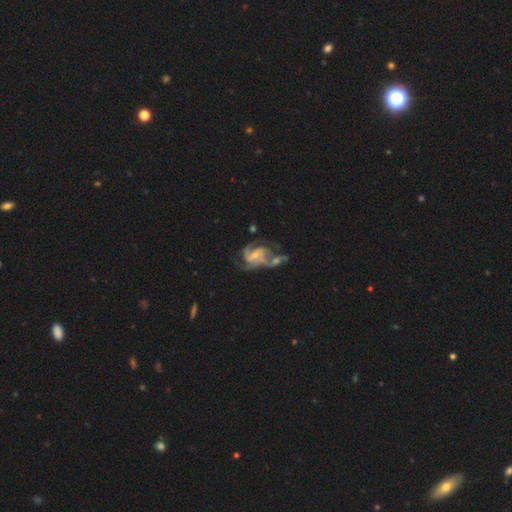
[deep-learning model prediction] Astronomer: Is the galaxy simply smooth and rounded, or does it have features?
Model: featured or disk — 87%.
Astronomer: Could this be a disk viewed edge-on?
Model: no — 98%.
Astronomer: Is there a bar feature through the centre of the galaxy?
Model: weak — 45% (runner-up: no, 37%).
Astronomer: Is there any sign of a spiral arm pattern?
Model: yes — 95%.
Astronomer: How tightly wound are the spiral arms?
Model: medium — 50% (runner-up: tight, 31%).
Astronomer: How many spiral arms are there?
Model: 3 — 36% (runner-up: 2, 35%).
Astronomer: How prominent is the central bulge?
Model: small — 58% (runner-up: moderate, 34%).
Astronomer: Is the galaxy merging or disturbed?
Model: merger — 34% (runner-up: none, 28%).